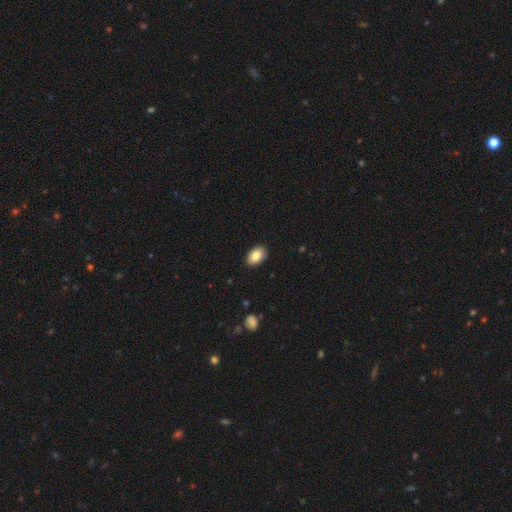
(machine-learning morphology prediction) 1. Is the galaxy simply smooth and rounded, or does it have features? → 85% smooth, 8% featured or disk, 7% star or artifact.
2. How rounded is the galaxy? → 90% in between, 9% round, 1% cigar-shaped.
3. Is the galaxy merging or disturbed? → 89% none, 8% minor disturbance, 2% major disturbance, 1% merger.